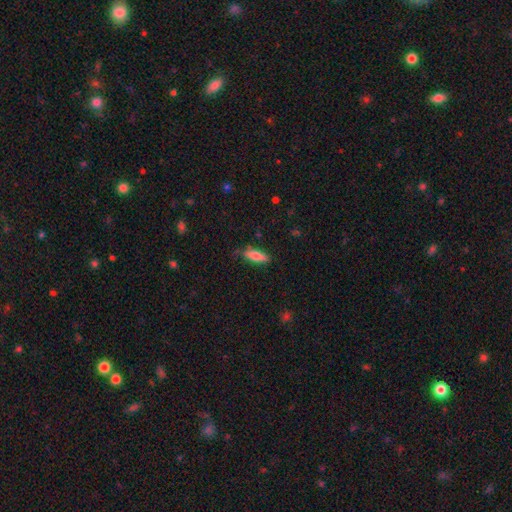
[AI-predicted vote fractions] Q: Smooth or featured?
A: smooth (79%); runner-up: featured or disk (15%)
Q: How rounded?
A: in between (51%); runner-up: cigar-shaped (48%)
Q: Merging?
A: none (74%); runner-up: minor disturbance (20%)